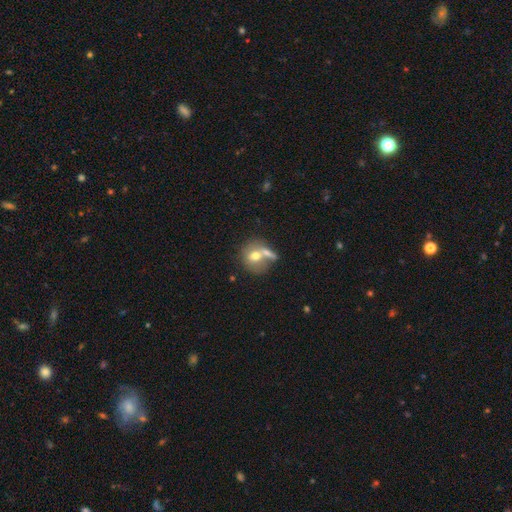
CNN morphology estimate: A smooth galaxy with no disk features (66%) that is round (73%). Merging: merger (43%).